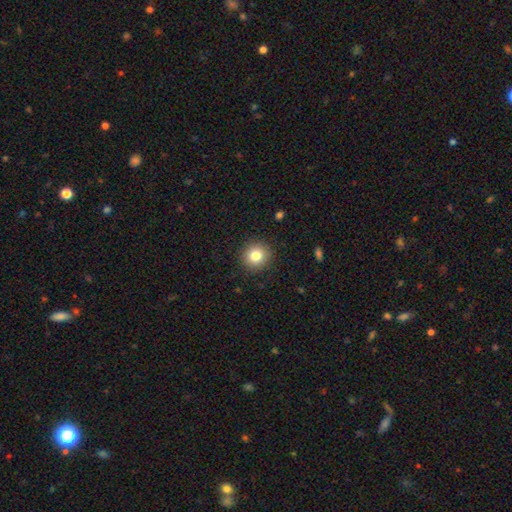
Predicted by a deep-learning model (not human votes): This appears to be a smooth galaxy with no disk features (81%) that is round (92%). Merging: none (91%).